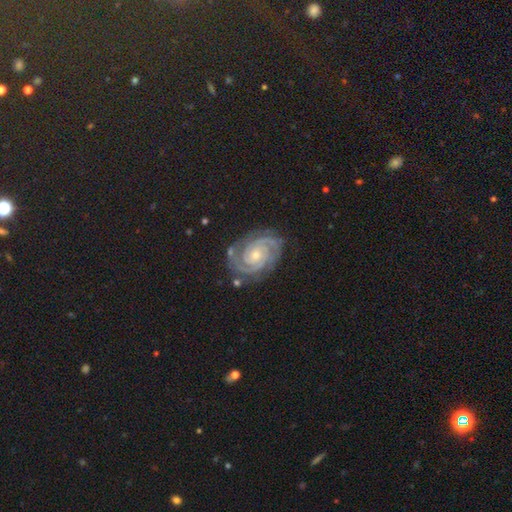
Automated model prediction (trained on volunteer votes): Smooth or featured? Predicted: featured or disk (p=0.43). Merging? Predicted: none (p=0.83).